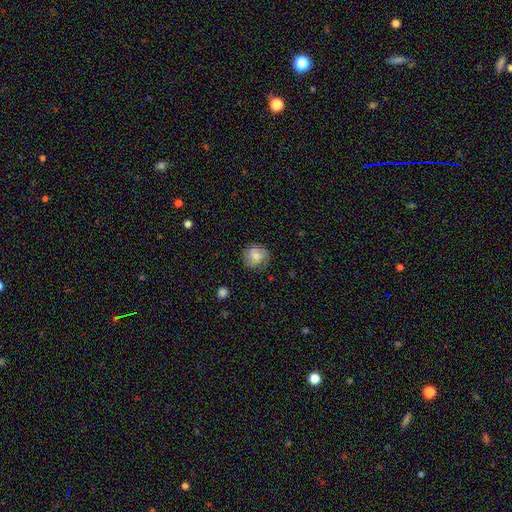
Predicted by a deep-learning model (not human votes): smooth_or_featured: smooth (p=0.67) [alt: featured or disk p=0.24]
how_rounded: round (p=0.86) [alt: in between p=0.13]
merging: none (p=0.75) [alt: minor disturbance p=0.18]